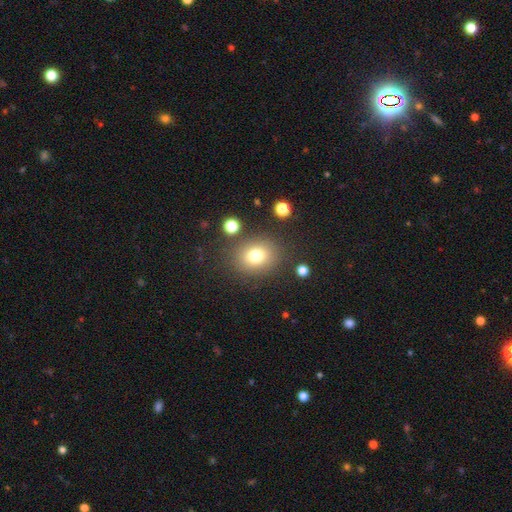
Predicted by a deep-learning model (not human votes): Overall: smooth (76%). How rounded: round (63%; in between 36%). Merging: none (82%).